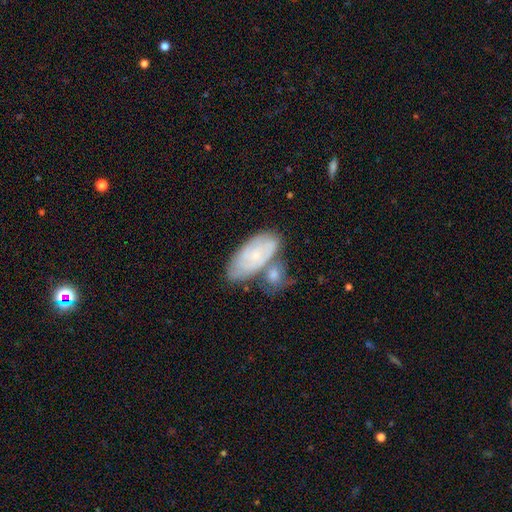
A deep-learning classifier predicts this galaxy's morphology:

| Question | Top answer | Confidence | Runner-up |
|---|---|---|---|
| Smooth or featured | featured or disk | 48% | smooth (45%) |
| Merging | none | 46% | merger (31%) |